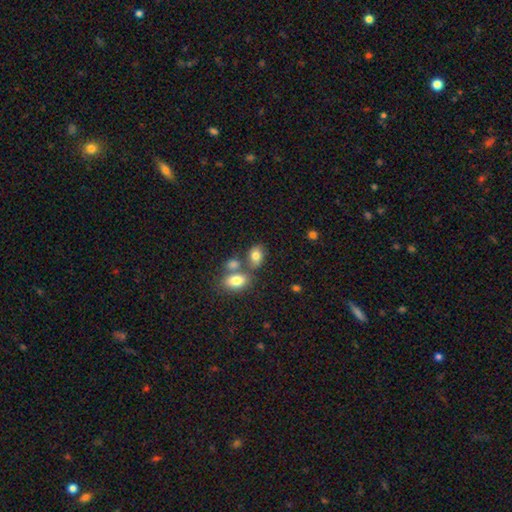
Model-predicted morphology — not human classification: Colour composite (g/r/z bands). It shows a smooth galaxy with no disk features (79%) that is in between round and cigar-shaped (76%). Merging: none (51%).